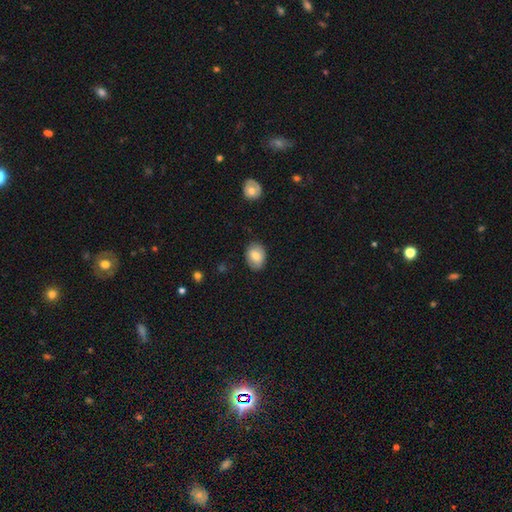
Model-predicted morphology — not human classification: This appears to be a smooth galaxy with no disk features (78%) that is in between round and cigar-shaped (72%). Merging: none (85%).